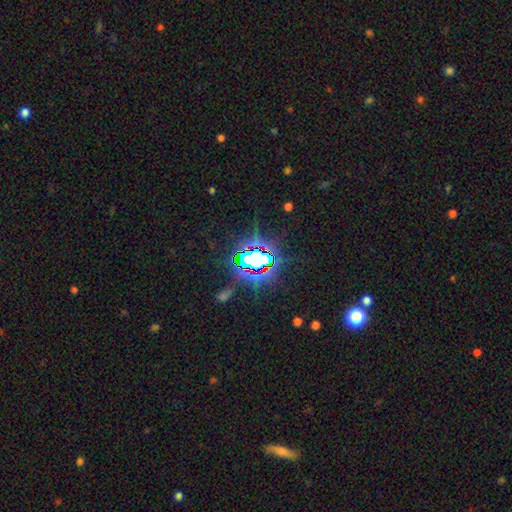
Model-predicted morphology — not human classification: A star or artifact, not a galaxy (78%).

Vote fractions:
- Smooth or featured? star or artifact: 78% / smooth: 12% / featured or disk: 11%